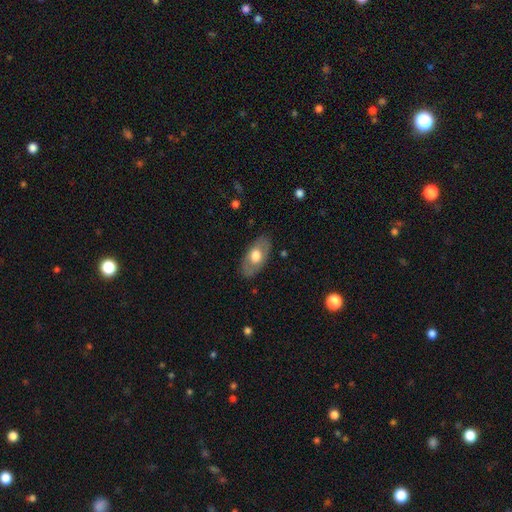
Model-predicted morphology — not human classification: Smooth or featured: smooth — 57% (featured or disk — 38%)
How rounded: in between — 92% (round — 5%)
Merging: none — 83% (minor disturbance — 13%)